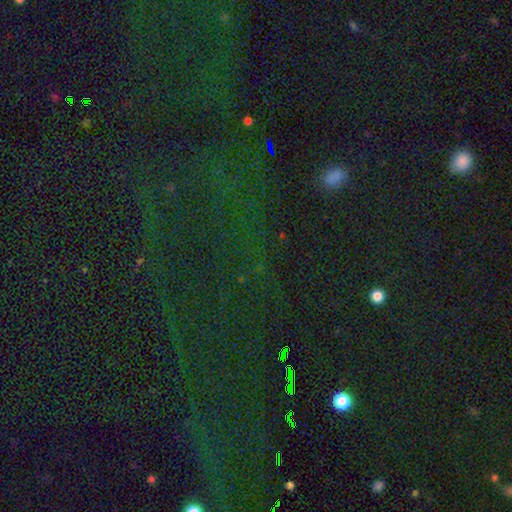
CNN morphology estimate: A star or artifact, not a galaxy (78%).